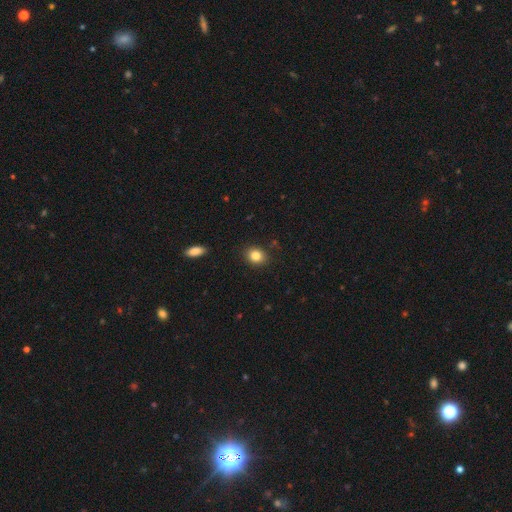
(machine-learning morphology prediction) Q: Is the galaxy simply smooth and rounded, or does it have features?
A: smooth — 84%.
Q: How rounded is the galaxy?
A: round — 59%.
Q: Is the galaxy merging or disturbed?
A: none — 88%.